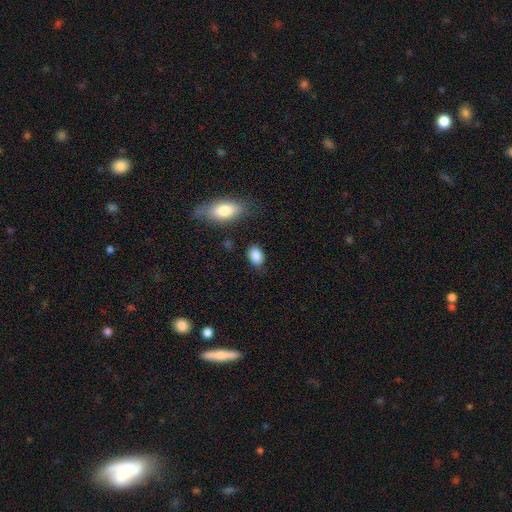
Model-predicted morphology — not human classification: smooth-or-featured: smooth: 87% | star or artifact: 8% | featured or disk: 5%
  how-rounded: in between: 81% | round: 17% | cigar-shaped: 2%
  merging: none: 79% | minor disturbance: 14% | major disturbance: 4% | merger: 3%